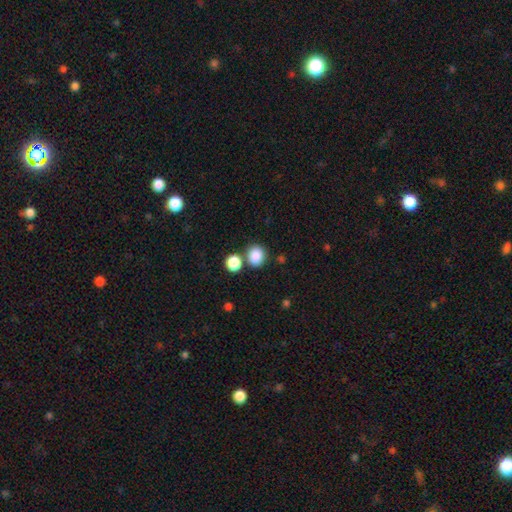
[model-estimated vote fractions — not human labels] smooth_or_featured: smooth (p=0.86) [alt: star or artifact p=0.09]
how_rounded: round (p=0.71) [alt: in between p=0.28]
merging: none (p=0.67) [alt: merger p=0.21]